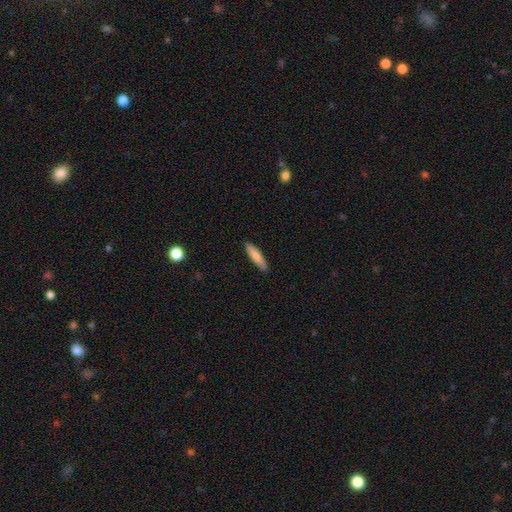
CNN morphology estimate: Overall: smooth (79%). How rounded: cigar-shaped (81%). Merging: none (89%).